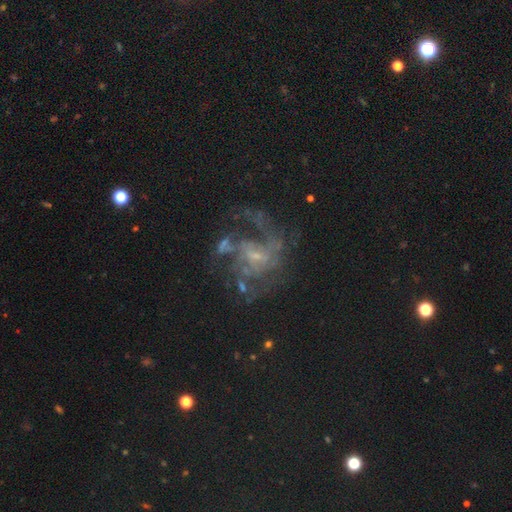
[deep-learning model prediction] A featured or disk galaxy (73%) with no bar (52%), medium (44%) spiral arms (76%) and a small central bulge (58%).

Vote fractions:
- Smooth or featured? featured or disk: 73% / star or artifact: 17% / smooth: 10%
- Edge-on disk? no: 98% / yes: 2%
- Bar? no: 52% / weak: 39% / strong: 9%
- Spiral arms? yes: 76% / no: 24%
- Spiral winding? medium: 44% / loose: 34% / tight: 22%
- Spiral arm count? can't tell: 38% / 2: 22% / 3: 16% / 1: 10% / 4: 7% / more than 4: 6%
- Bulge size? small: 58% / moderate: 20% / none: 19% / large: 2% / dominant: 1%
- Merging? none: 45% / major disturbance: 33% / minor disturbance: 16% / merger: 6%